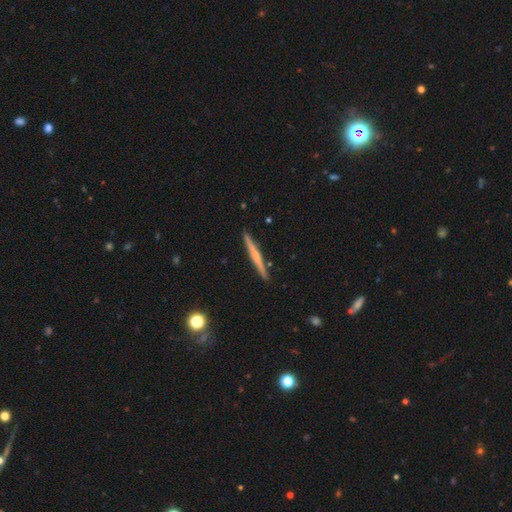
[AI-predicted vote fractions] featured or disk 56%, smooth 38%, star or artifact 6%. Down the decision tree: edge-on disk — yes (98%); edge-on bulge — none (48%); merging — none (92%).